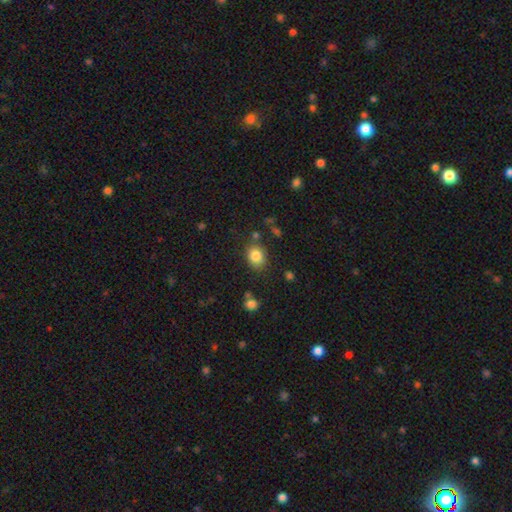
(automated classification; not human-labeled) Smooth or featured? Predicted: smooth (p=0.83). How rounded? Predicted: round (p=0.50). Merging? Predicted: none (p=0.78).